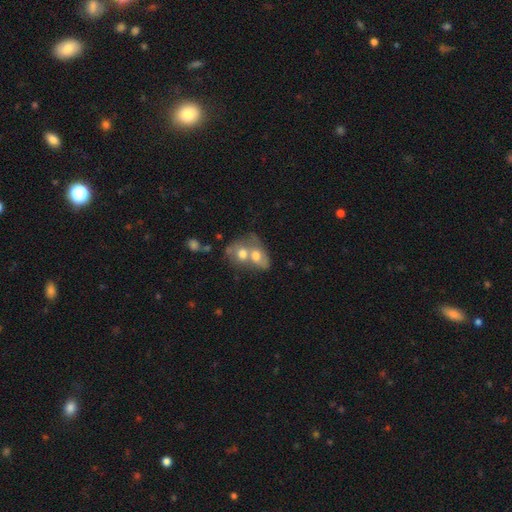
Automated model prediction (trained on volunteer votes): Q: Smooth or featured?
A: smooth (61%); runner-up: featured or disk (31%)
Q: How rounded?
A: in between (65%); runner-up: round (33%)
Q: Merging?
A: merger (78%); runner-up: none (12%)